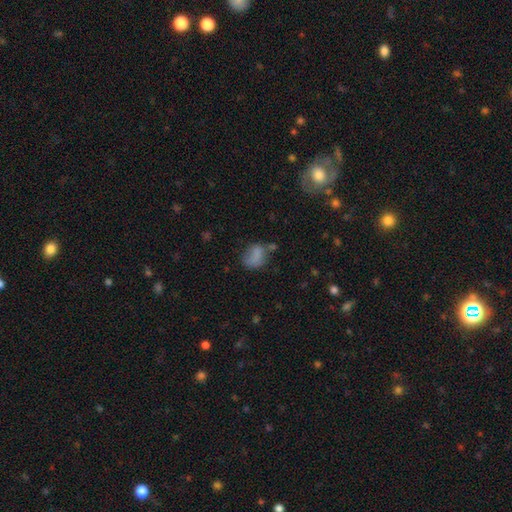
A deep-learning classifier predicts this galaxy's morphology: Smooth or featured? Predicted: smooth (p=0.74). How rounded? Predicted: in between (p=0.61). Merging? Predicted: none (p=0.47).